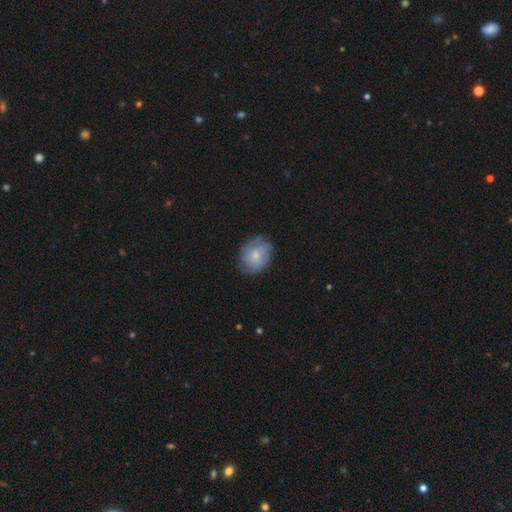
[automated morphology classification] Smooth or featured: smooth — 47% (featured or disk — 45%)
Merging: none — 71% (minor disturbance — 21%)